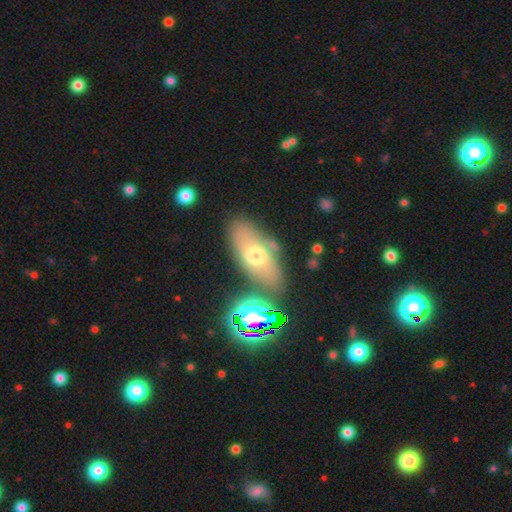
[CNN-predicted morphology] smooth-or-featured: smooth: 53% | featured or disk: 32% | star or artifact: 16%
  how-rounded: in between: 84% | cigar-shaped: 9% | round: 7%
  merging: none: 70% | minor disturbance: 15% | merger: 9% | major disturbance: 6%